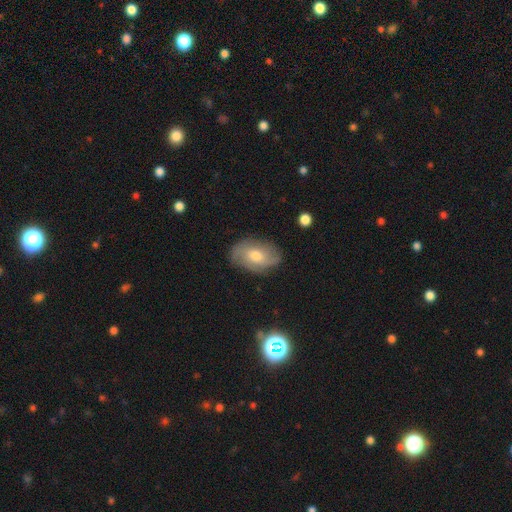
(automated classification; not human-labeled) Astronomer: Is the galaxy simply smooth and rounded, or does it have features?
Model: featured or disk — 50% (runner-up: smooth, 40%).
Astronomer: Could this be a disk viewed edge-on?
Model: no — 94%.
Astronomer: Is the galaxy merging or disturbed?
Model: none — 77%.